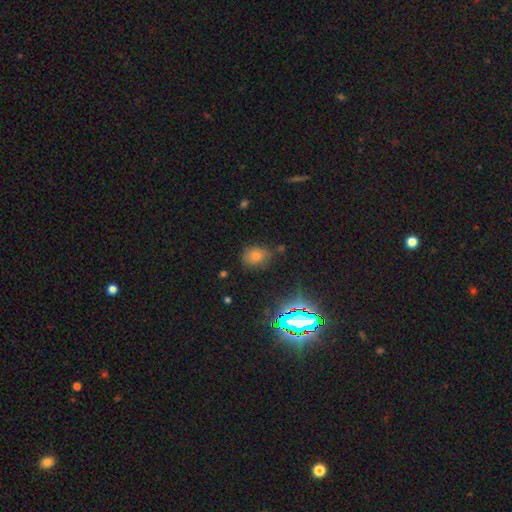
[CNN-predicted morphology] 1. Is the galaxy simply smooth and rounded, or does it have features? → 59% smooth, 31% star or artifact, 10% featured or disk.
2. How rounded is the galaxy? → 49% in between (tied), 49% round (tied), 2% cigar-shaped.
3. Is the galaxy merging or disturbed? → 71% none, 20% minor disturbance, 5% major disturbance, 4% merger.